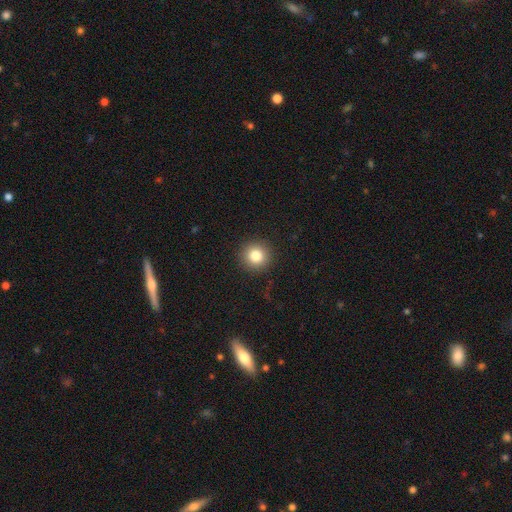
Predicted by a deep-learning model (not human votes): smooth-or-featured: smooth: 82% | star or artifact: 11% | featured or disk: 7%
  how-rounded: round: 94% | in between: 5% | cigar-shaped: 1%
  merging: none: 91% | minor disturbance: 6% | major disturbance: 2% | merger: 1%